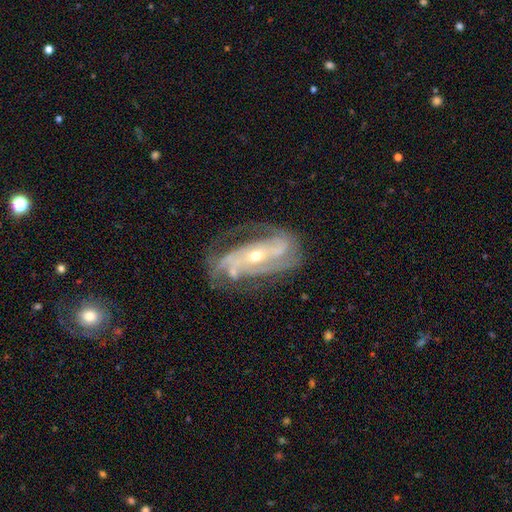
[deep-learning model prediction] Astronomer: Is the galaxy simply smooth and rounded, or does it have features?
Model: featured or disk — 88%.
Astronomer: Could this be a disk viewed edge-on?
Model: no — 93%.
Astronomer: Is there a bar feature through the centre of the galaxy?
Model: no — 38% (runner-up: strong, 35%).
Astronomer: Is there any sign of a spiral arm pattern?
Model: yes — 95%.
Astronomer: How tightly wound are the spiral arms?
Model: tight — 43% (runner-up: medium, 41%).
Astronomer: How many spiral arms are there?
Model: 2 — 45% (runner-up: 3, 23%).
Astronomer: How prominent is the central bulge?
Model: small — 57% (runner-up: moderate, 40%).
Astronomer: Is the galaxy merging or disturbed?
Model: none — 61%.